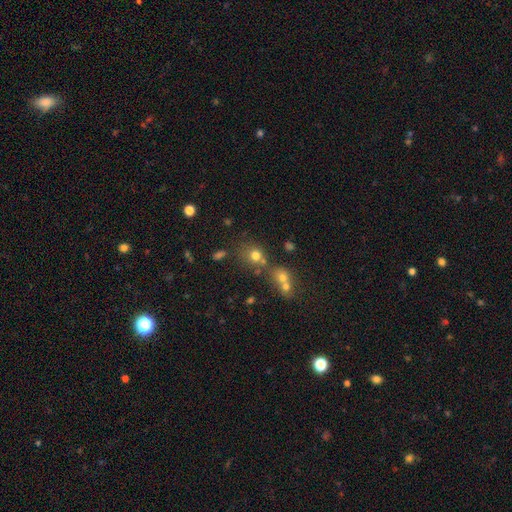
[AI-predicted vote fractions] Overall: smooth (71%). How rounded: round (77%). Merging: none (56%; merger 26%).